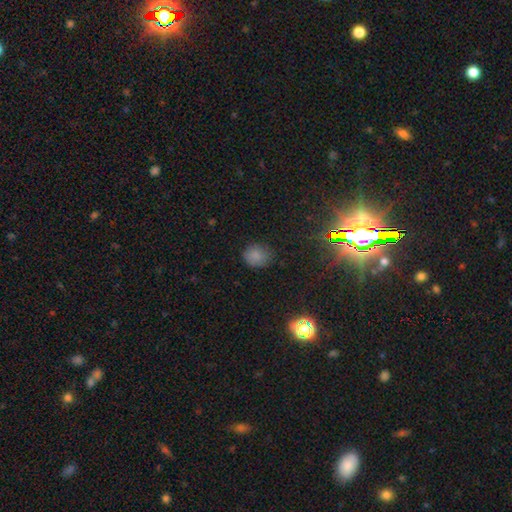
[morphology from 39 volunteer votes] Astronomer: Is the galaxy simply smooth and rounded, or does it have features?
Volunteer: smooth — 87%.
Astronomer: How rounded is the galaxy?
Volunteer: round — 53% (runner-up: in between, 47%).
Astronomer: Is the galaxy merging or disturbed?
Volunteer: none — 60% (runner-up: minor disturbance, 37%).